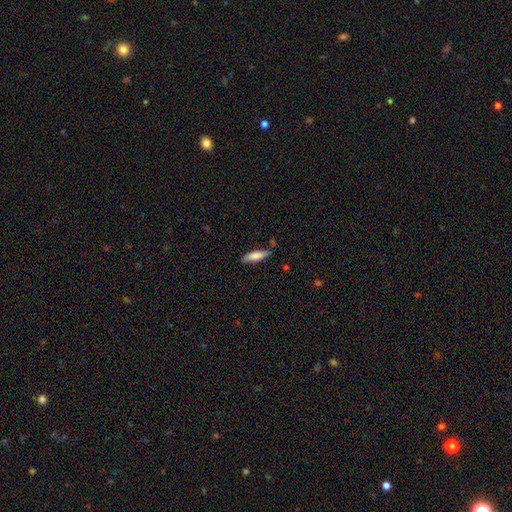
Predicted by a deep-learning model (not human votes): Q: Smooth or featured?
A: smooth (79%); runner-up: featured or disk (15%)
Q: How rounded?
A: cigar-shaped (60%); runner-up: in between (39%)
Q: Merging?
A: none (75%); runner-up: minor disturbance (17%)